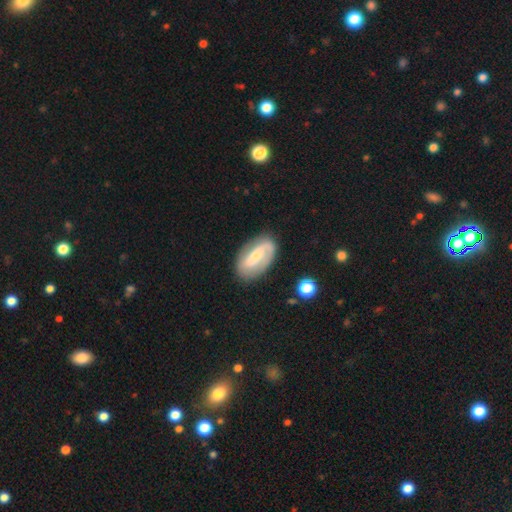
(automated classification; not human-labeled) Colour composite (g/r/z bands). It shows a featured or disk galaxy (72%) with a strong bar (39%), 2 (77%) medium (37%) spiral arms (85%) and a small central bulge (55%). Merging: none (79%).